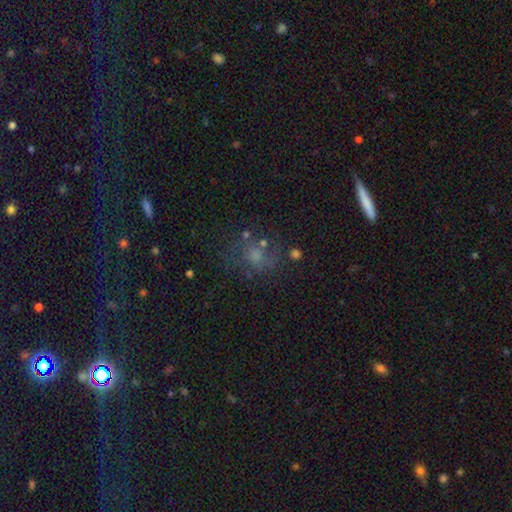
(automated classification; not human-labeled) A smooth galaxy with no disk features (45%). Merging: none (54%).